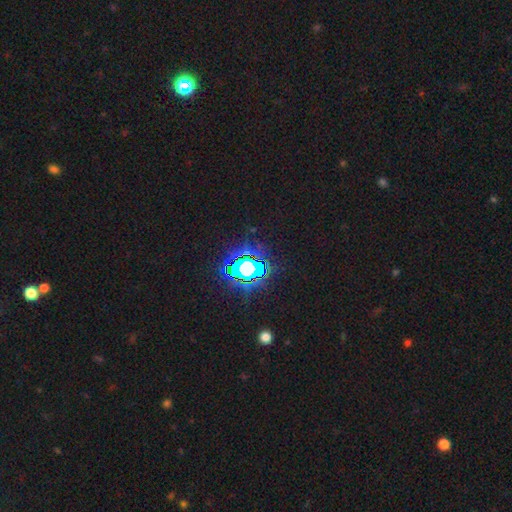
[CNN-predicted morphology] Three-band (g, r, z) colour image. It shows a star or artifact, not a galaxy (82%).